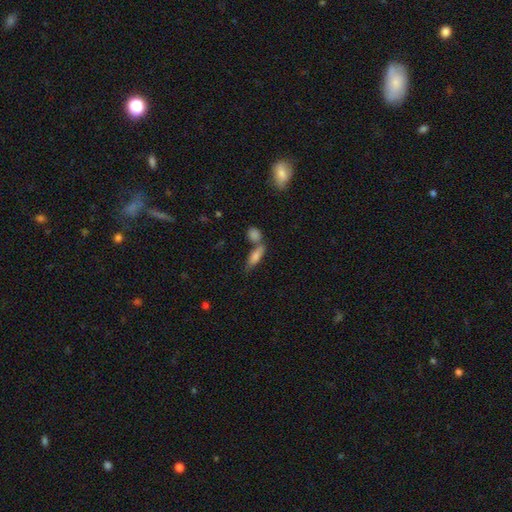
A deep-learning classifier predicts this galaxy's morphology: A smooth galaxy with no disk features (77%) that is in between round and cigar-shaped (54%). Merging: none (47%).